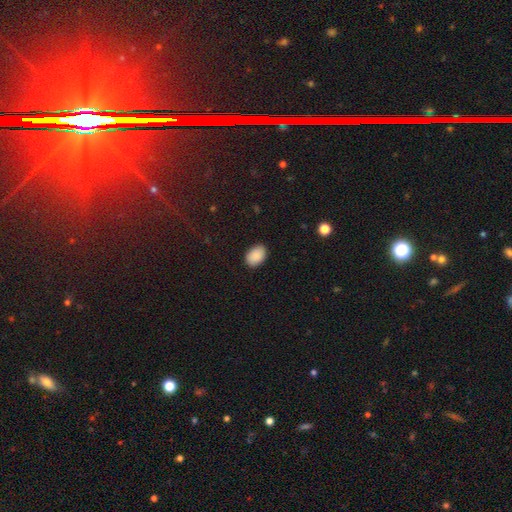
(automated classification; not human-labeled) This is clearly a smooth galaxy (90%). How rounded: clearly in between (87%). Merging: clearly none (89%).